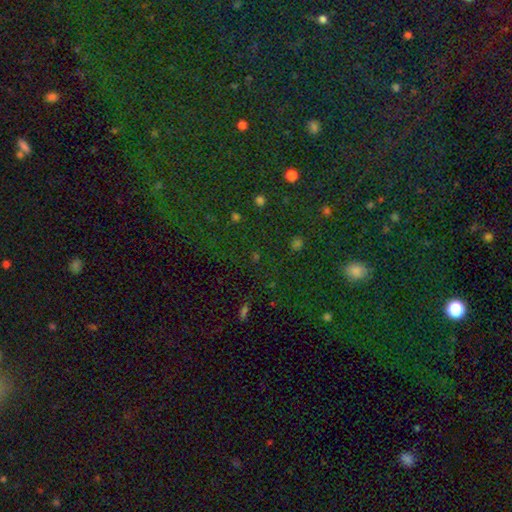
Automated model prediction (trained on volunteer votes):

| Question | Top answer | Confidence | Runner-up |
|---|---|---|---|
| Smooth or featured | star or artifact | 69% | smooth (23%) |